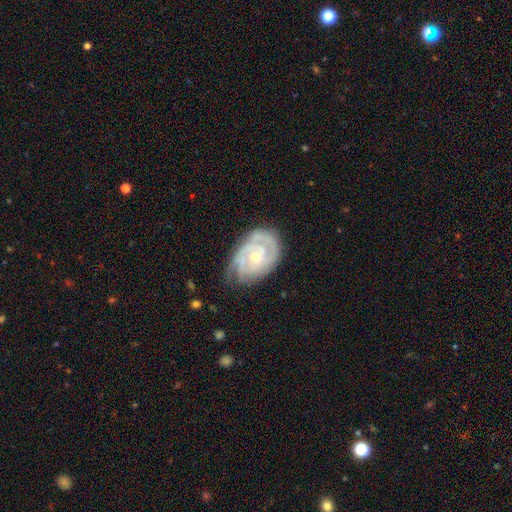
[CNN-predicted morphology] smooth-or-featured: featured or disk: 84% | smooth: 11% | star or artifact: 5%
  disk-edge-on: no: 97% | yes: 3%
    bar: no: 74% | weak: 22% | strong: 4%
    has-spiral-arms: yes: 93% | no: 7%
      spiral-winding: tight: 74% | medium: 21% | loose: 5%
      spiral-arm-count: can't tell: 32% | 2: 30% | 3: 22% | 4: 7% | 1: 6% | more than 4: 4%
    bulge-size: small: 50% | moderate: 47% | large: 2% | none: 1% | dominant: 1%
  merging: none: 65% | minor disturbance: 25% | major disturbance: 8% | merger: 1%